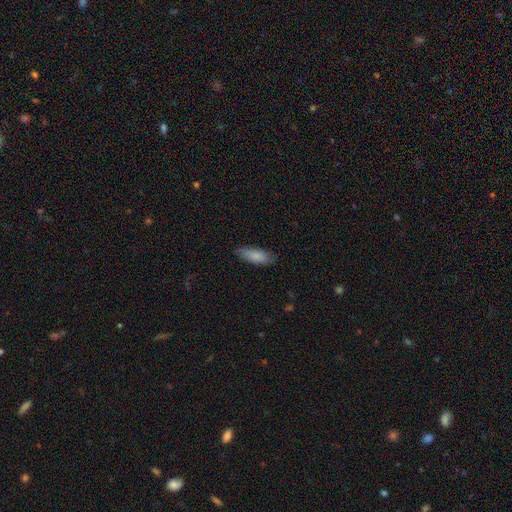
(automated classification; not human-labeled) Q: Smooth or featured?
A: smooth (83%); runner-up: featured or disk (11%)
Q: How rounded?
A: in between (67%); runner-up: cigar-shaped (31%)
Q: Merging?
A: none (81%); runner-up: minor disturbance (15%)